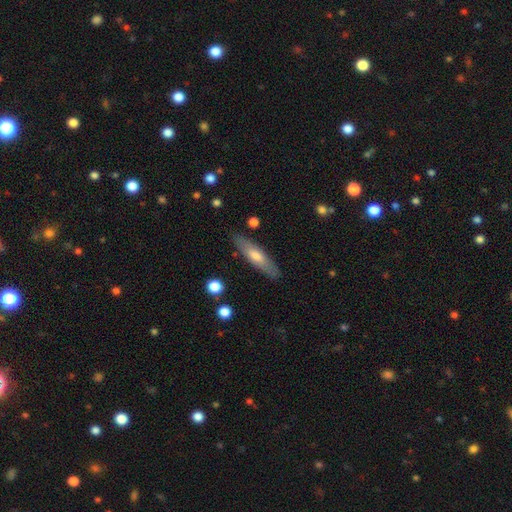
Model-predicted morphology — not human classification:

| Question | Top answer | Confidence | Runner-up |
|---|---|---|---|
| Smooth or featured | smooth | 56% | featured or disk (39%) |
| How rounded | cigar-shaped | 72% | in between (26%) |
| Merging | none | 85% | minor disturbance (10%) |